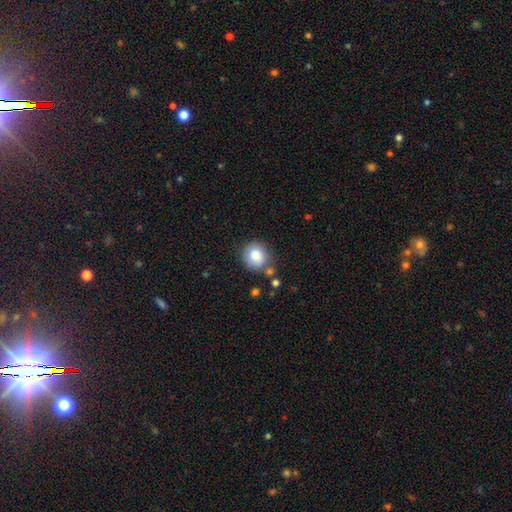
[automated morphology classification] Smooth or featured? Predicted: smooth (p=0.84). How rounded? Predicted: round (p=0.83). Merging? Predicted: none (p=0.74).